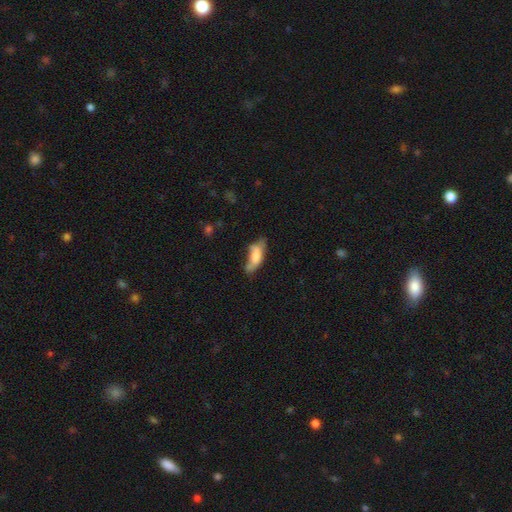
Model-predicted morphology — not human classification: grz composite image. It shows a smooth galaxy with no disk features (70%) that is in between round and cigar-shaped (72%). Merging: none (38%).